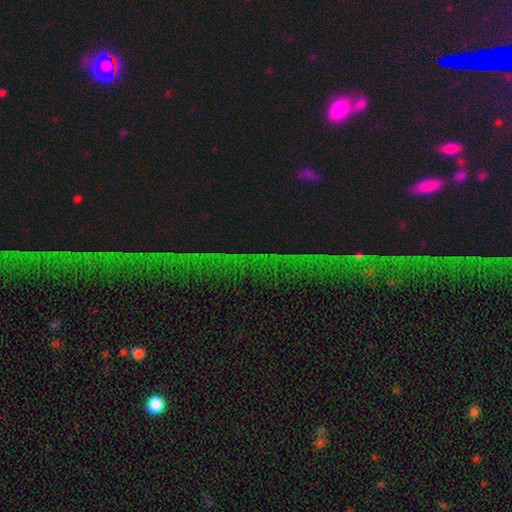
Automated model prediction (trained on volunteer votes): smooth-or-featured: star or artifact: 78% | featured or disk: 12% | smooth: 10%